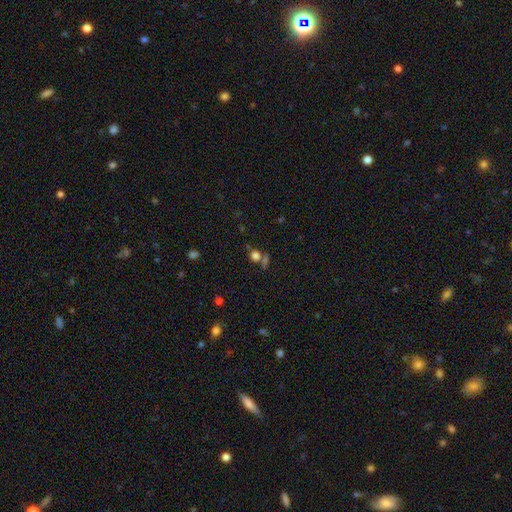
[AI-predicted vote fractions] Smooth or featured?
  - smooth: 69% *
  - star or artifact: 22%
  - featured or disk: 10%
How rounded?
  - round: 81% *
  - in between: 17%
  - cigar-shaped: 2%
Merging?
  - none: 56% *
  - merger: 27%
  - minor disturbance: 10%
  - major disturbance: 7%